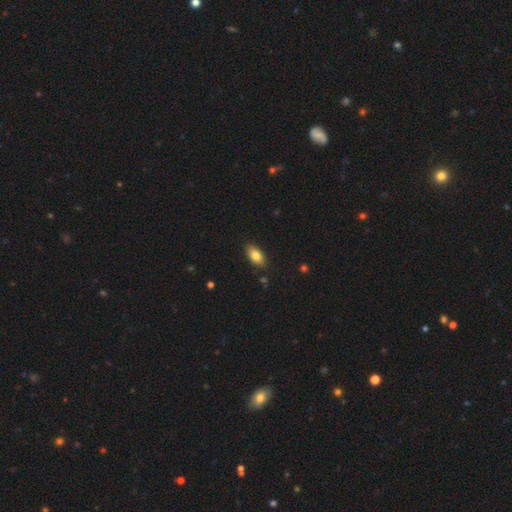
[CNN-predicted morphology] A smooth galaxy with no disk features (80%) that is in between round and cigar-shaped (91%).

Vote fractions:
- Smooth or featured? smooth: 80% / featured or disk: 12% / star or artifact: 7%
- How rounded? in between: 91% / cigar-shaped: 6% / round: 4%
- Merging? none: 87% / minor disturbance: 10% / major disturbance: 2% / merger: 1%